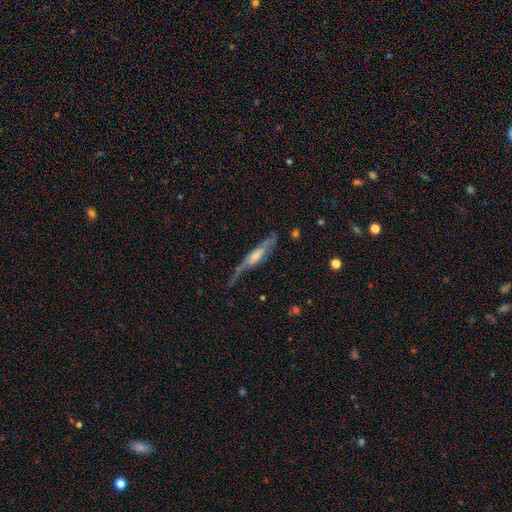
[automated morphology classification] Overall: featured or disk (68%). Edge-on disk: yes (68%; no 32%). Merging: none (48%; minor disturbance 27%).